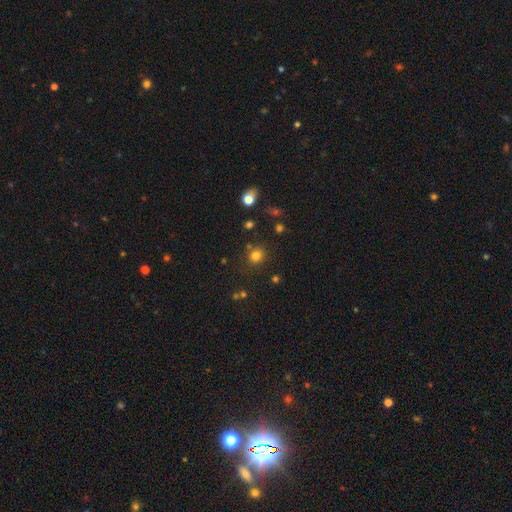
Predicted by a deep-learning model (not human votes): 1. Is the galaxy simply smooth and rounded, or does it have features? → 77% smooth, 17% star or artifact, 6% featured or disk.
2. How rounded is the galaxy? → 82% round, 17% in between, 1% cigar-shaped.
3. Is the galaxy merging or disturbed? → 81% none, 10% minor disturbance, 6% merger, 3% major disturbance.